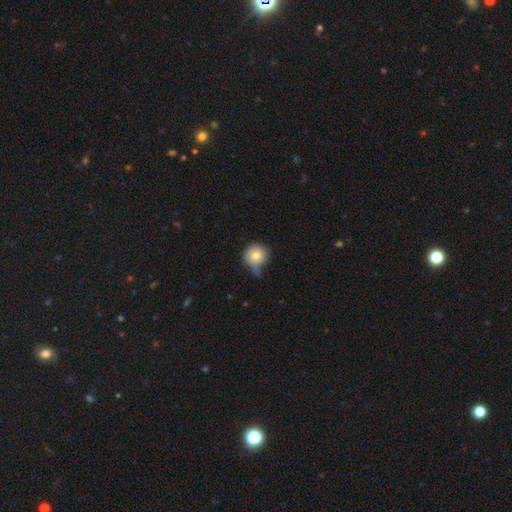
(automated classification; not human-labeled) The model was most divided on "merging": none: 39%, minor disturbance: 31%, major disturbance: 20%, merger: 10%. More confident: how rounded — round (88%); smooth or featured — smooth (75%).